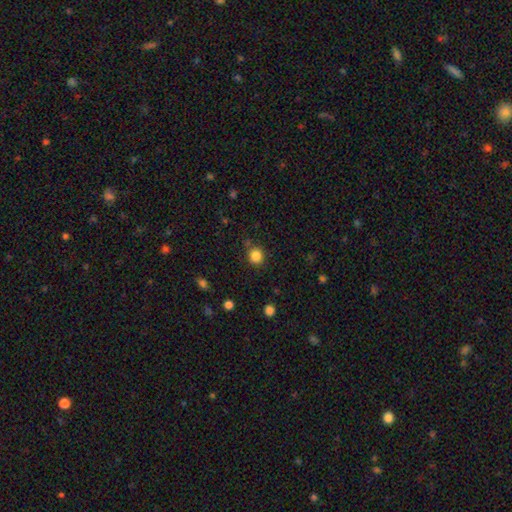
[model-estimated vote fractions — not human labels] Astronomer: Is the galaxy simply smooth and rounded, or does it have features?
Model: smooth — 84%.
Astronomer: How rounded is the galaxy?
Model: round — 88%.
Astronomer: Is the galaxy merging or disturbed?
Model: none — 83%.